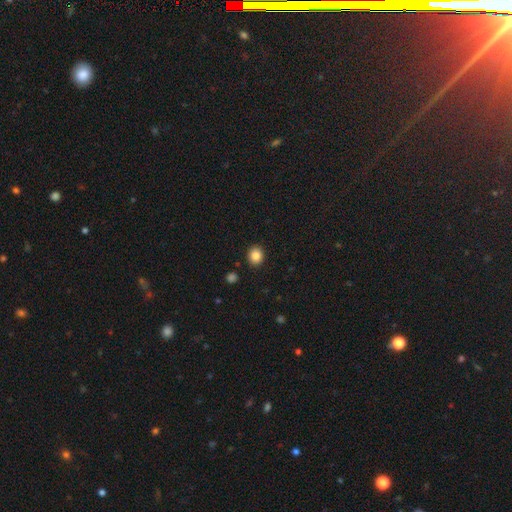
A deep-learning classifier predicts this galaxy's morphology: Smooth or featured?
  - smooth: 86% *
  - star or artifact: 10%
  - featured or disk: 4%
How rounded?
  - round: 73% *
  - in between: 26%
  - cigar-shaped: 1%
Merging?
  - none: 90% *
  - minor disturbance: 6%
  - major disturbance: 2%
  - merger: 2%